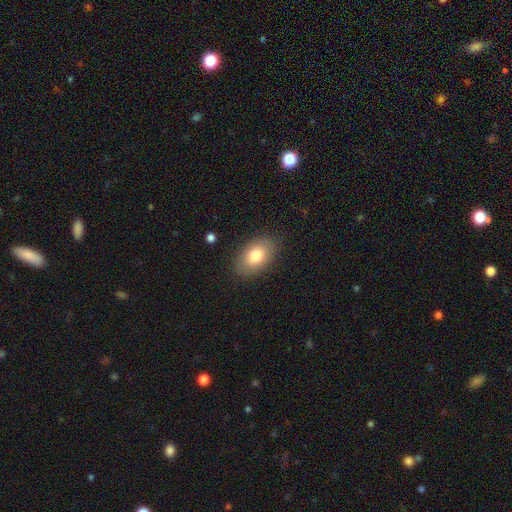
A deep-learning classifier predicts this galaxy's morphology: smooth_or_featured: smooth (p=0.78) [alt: featured or disk p=0.14]
how_rounded: in between (p=0.89) [alt: round p=0.09]
merging: none (p=0.85) [alt: minor disturbance p=0.11]